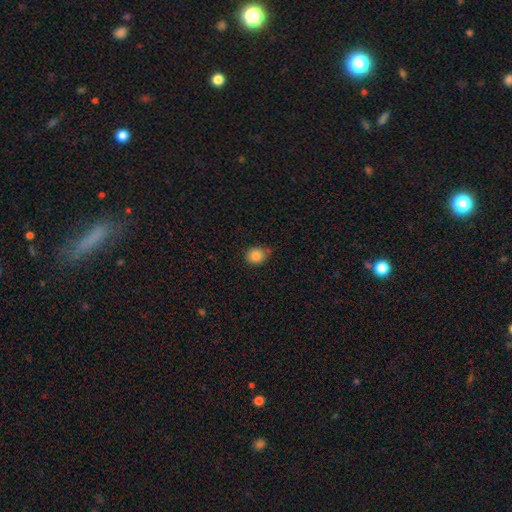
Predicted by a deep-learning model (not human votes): A smooth galaxy with no disk features (85%) that is round (78%). Merging: none (73%).